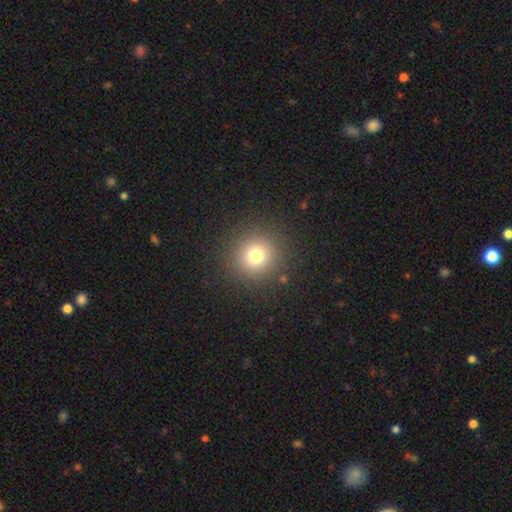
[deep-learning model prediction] The model was most divided on "smooth or featured": smooth: 74%, star or artifact: 17%, featured or disk: 9%. More confident: how rounded — round (94%); merging — none (89%).